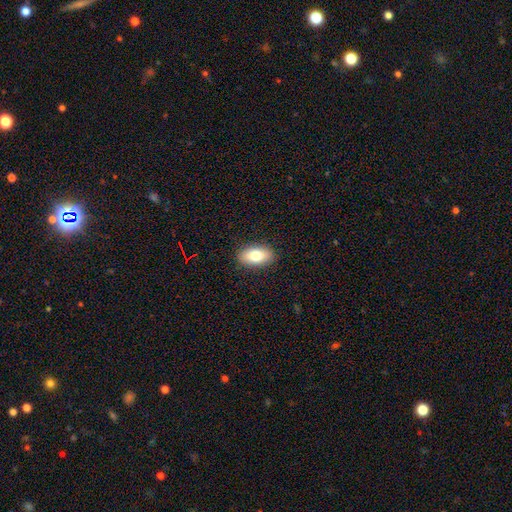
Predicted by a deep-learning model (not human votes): smooth_or_featured: smooth (p=0.78) [alt: featured or disk p=0.14]
how_rounded: in between (p=0.92) [alt: round p=0.05]
merging: none (p=0.89) [alt: minor disturbance p=0.08]